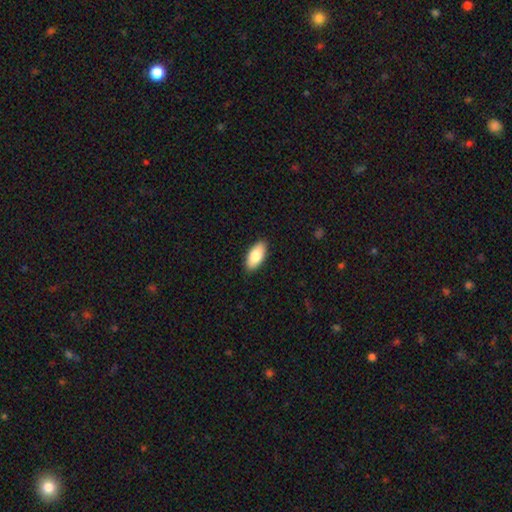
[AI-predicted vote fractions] Smooth or featured?
  - smooth: 82% *
  - featured or disk: 12%
  - star or artifact: 6%
How rounded?
  - in between: 91% *
  - cigar-shaped: 7%
  - round: 2%
Merging?
  - none: 89% *
  - minor disturbance: 8%
  - major disturbance: 2%
  - merger: 1%